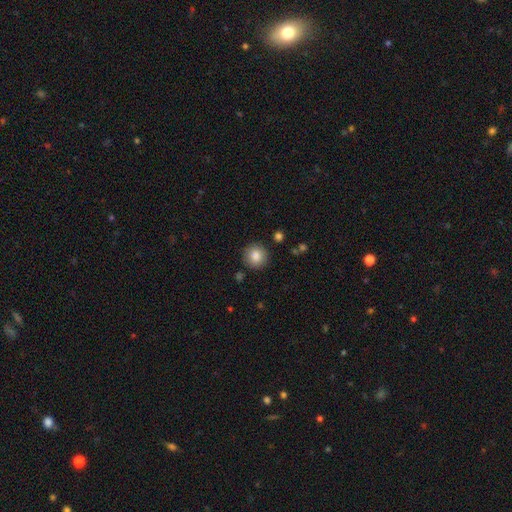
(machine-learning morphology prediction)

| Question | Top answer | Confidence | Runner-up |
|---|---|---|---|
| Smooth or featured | smooth | 85% | star or artifact (9%) |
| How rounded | round | 94% | in between (5%) |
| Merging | none | 89% | minor disturbance (7%) |